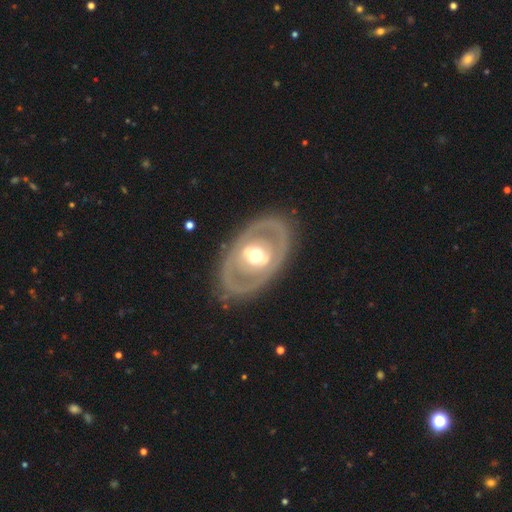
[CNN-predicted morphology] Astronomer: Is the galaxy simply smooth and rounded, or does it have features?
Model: featured or disk — 71%.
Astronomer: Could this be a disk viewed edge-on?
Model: no — 91%.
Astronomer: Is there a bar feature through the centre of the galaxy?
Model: no — 49% (runner-up: weak, 29%).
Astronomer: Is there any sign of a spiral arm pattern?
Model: no — 75%.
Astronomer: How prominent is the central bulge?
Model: moderate — 68%.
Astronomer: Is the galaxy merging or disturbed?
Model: none — 81%.